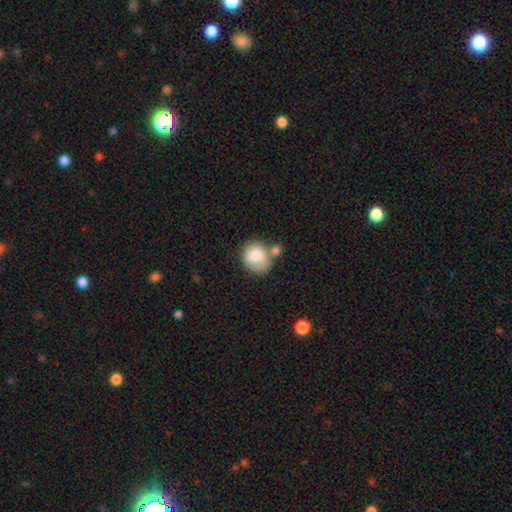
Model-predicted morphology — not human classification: Smooth or featured? smooth (77%)
How rounded? round (67%)
Merging? none (43%)